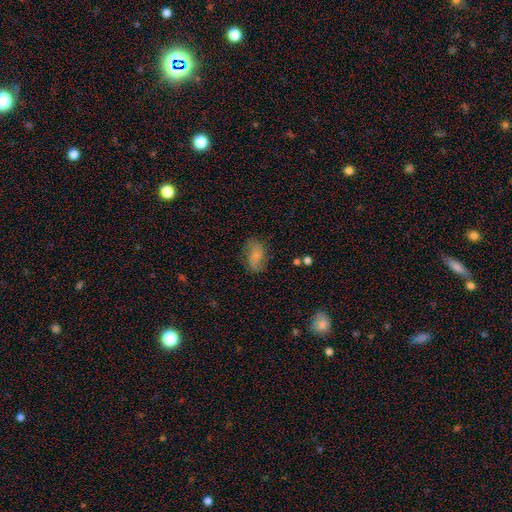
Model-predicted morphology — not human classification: smooth 65%, featured or disk 26%, star or artifact 10%. Down the decision tree: how rounded — in between (89%); merging — none (66%).